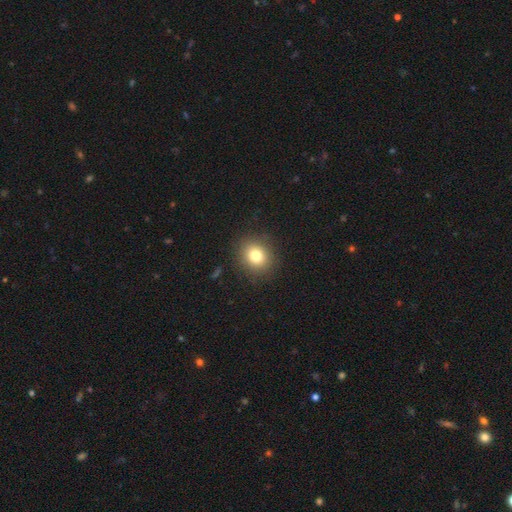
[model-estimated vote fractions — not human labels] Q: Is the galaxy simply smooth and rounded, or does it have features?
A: smooth — 79%.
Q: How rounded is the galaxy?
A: round — 74%.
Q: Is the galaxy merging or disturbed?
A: none — 89%.